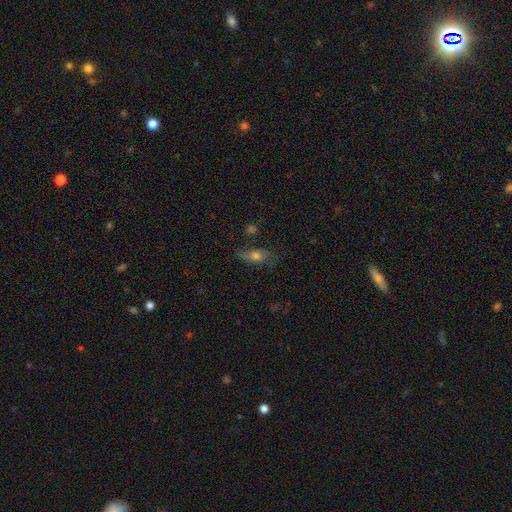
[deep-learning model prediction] smooth_or_featured: smooth (p=0.45) [alt: featured or disk p=0.41]
merging: none (p=0.70) [alt: minor disturbance p=0.20]